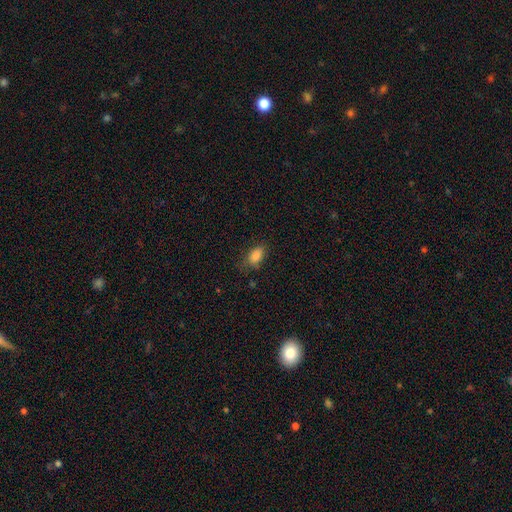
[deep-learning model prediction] Smooth or featured?
  - smooth: 86% *
  - star or artifact: 9%
  - featured or disk: 5%
How rounded?
  - in between: 90% *
  - round: 6%
  - cigar-shaped: 4%
Merging?
  - none: 72% *
  - minor disturbance: 21%
  - major disturbance: 6%
  - merger: 1%